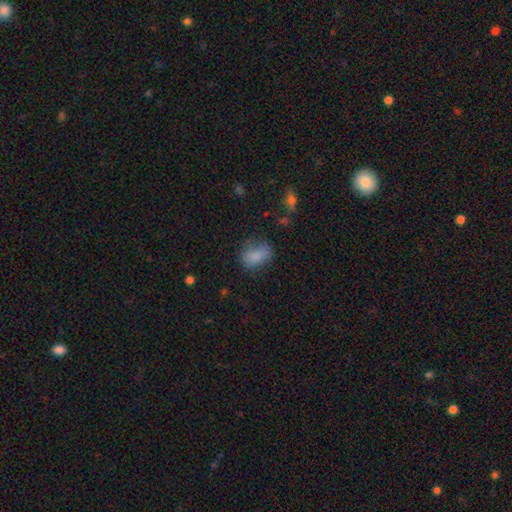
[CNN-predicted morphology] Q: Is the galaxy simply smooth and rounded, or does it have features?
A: smooth — 81%.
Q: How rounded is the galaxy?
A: in between — 80%.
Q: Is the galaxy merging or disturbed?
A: none — 59%.